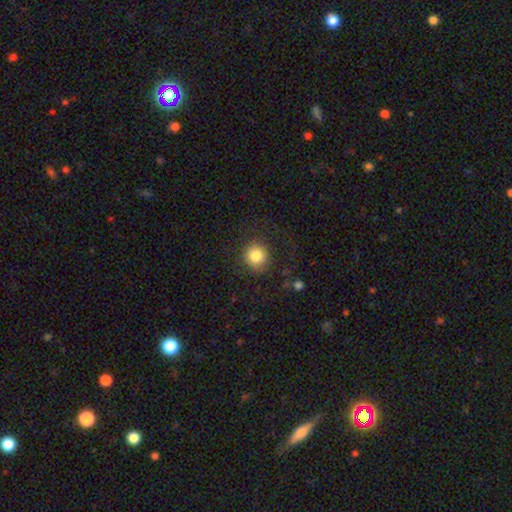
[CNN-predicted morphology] Smooth or featured?
  - smooth: 83% *
  - star or artifact: 10%
  - featured or disk: 7%
How rounded?
  - round: 92% *
  - in between: 7%
  - cigar-shaped: 1%
Merging?
  - none: 84% *
  - minor disturbance: 9%
  - major disturbance: 5%
  - merger: 1%